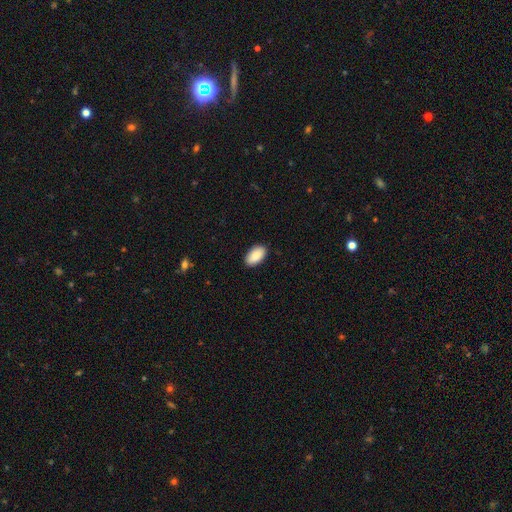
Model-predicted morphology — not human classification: This is clearly a smooth galaxy (90%). How rounded: clearly in between (95%). Merging: clearly none (89%).